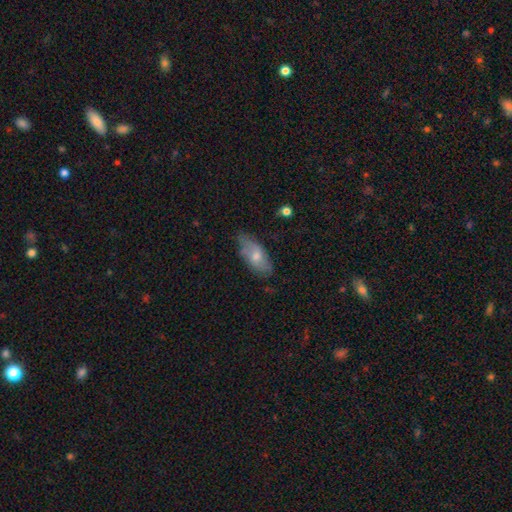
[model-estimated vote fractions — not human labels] Overall: smooth (65%; featured or disk 28%). How rounded: in between (88%). Merging: none (65%; minor disturbance 27%).